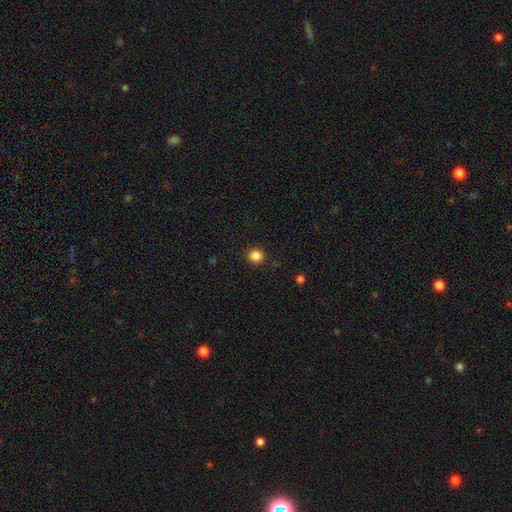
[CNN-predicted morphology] smooth-or-featured: smooth: 85% | star or artifact: 11% | featured or disk: 4%
  how-rounded: round: 90% | in between: 10% | cigar-shaped: 1%
  merging: none: 91% | minor disturbance: 6% | major disturbance: 2% | merger: 1%